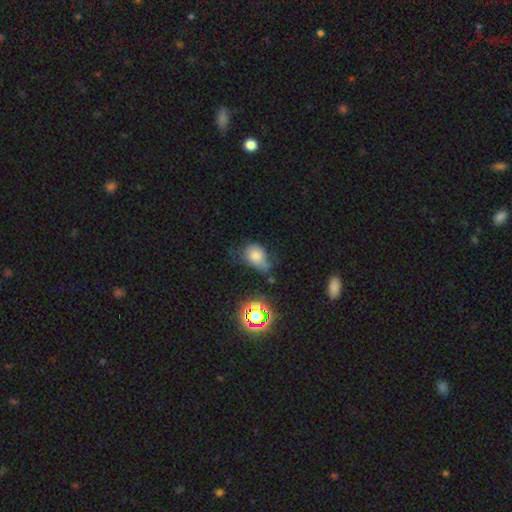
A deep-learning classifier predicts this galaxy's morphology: smooth 72%, star or artifact 16%, featured or disk 12%. Down the decision tree: how rounded — in between (68%); merging — minor disturbance (41%).